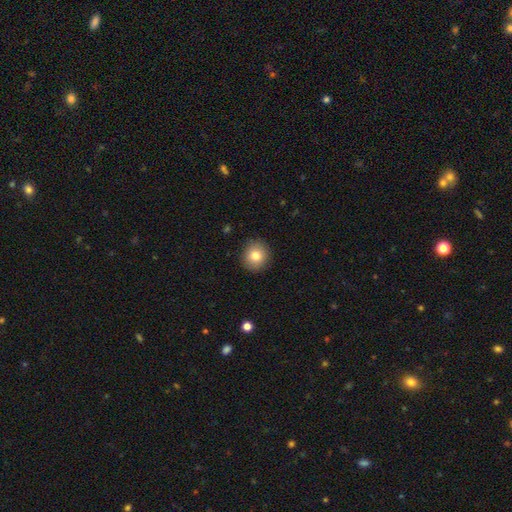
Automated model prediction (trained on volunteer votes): smooth 81%, featured or disk 10%, star or artifact 9%. Down the decision tree: how rounded — round (87%); merging — none (90%).